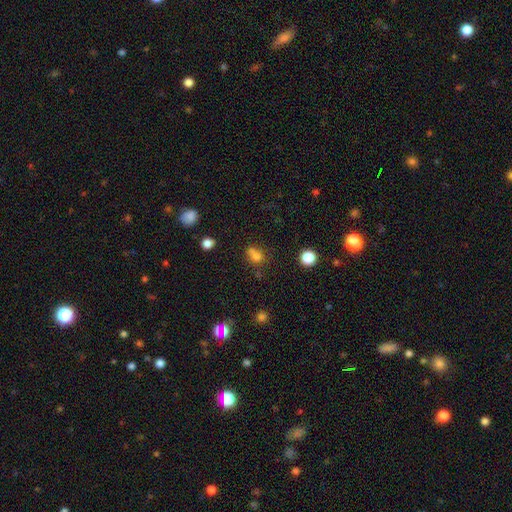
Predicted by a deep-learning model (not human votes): smooth 71%, star or artifact 17%, featured or disk 12%. Down the decision tree: how rounded — round (72%); merging — merger (44%).